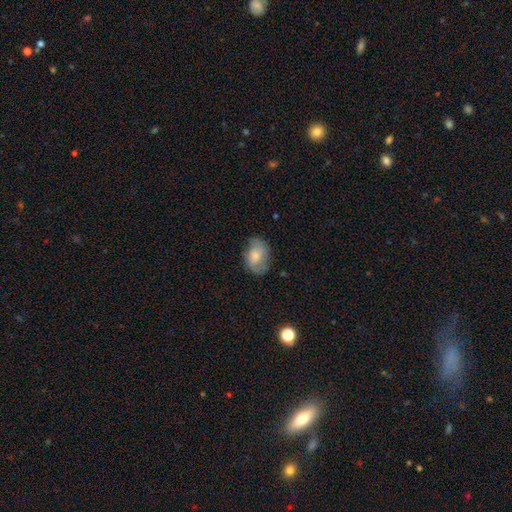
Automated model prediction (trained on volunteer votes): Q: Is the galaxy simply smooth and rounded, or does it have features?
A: smooth — 65%.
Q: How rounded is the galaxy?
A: in between — 81%.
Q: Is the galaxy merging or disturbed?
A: none — 62%.